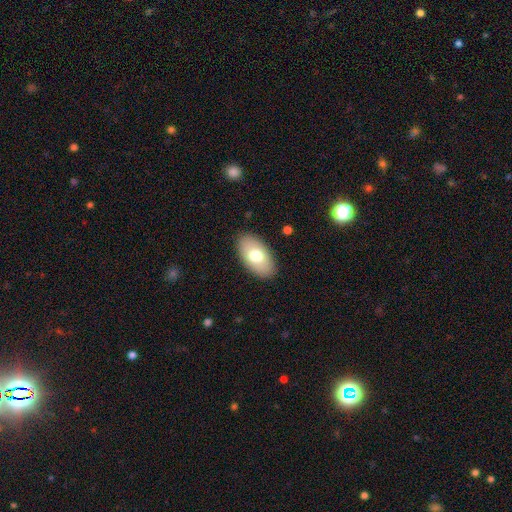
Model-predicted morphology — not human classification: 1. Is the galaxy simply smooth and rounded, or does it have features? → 73% smooth, 20% featured or disk, 7% star or artifact.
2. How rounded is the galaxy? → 94% in between, 4% round, 2% cigar-shaped.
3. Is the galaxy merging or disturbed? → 88% none, 9% minor disturbance, 2% major disturbance, 1% merger.